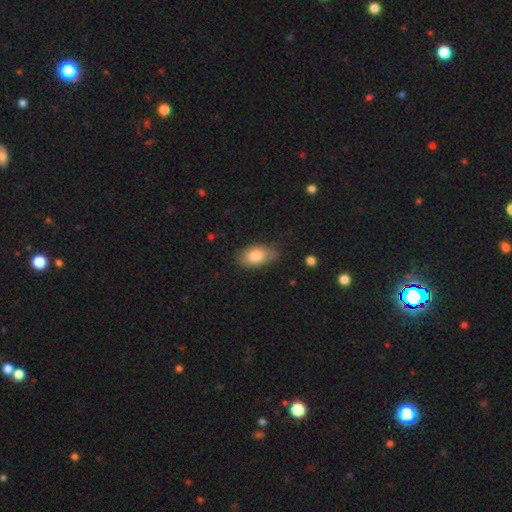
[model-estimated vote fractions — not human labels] smooth 82%, featured or disk 12%, star or artifact 7%. Down the decision tree: how rounded — in between (92%); merging — none (77%).